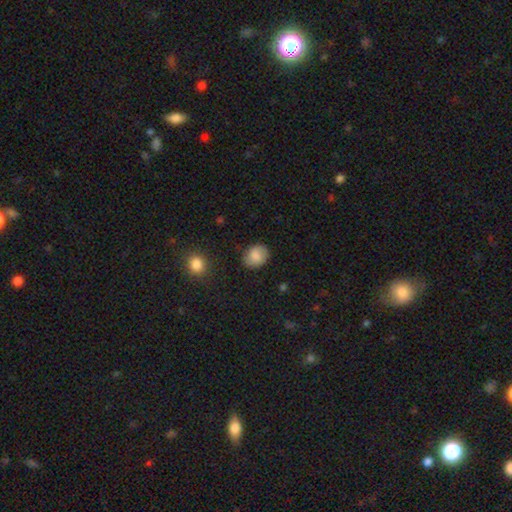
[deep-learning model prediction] A smooth galaxy with no disk features (80%) that is round (51%).

Vote fractions:
- Smooth or featured? smooth: 80% / featured or disk: 12% / star or artifact: 8%
- How rounded? round: 51% / in between: 49% / cigar-shaped: 1%
- Merging? none: 80% / minor disturbance: 15% / major disturbance: 4% / merger: 2%